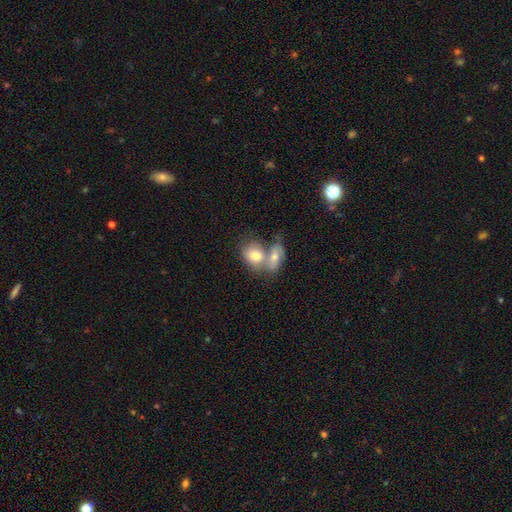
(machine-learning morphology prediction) smooth 74%, featured or disk 19%, star or artifact 8%. Down the decision tree: how rounded — in between (65%); merging — merger (65%).